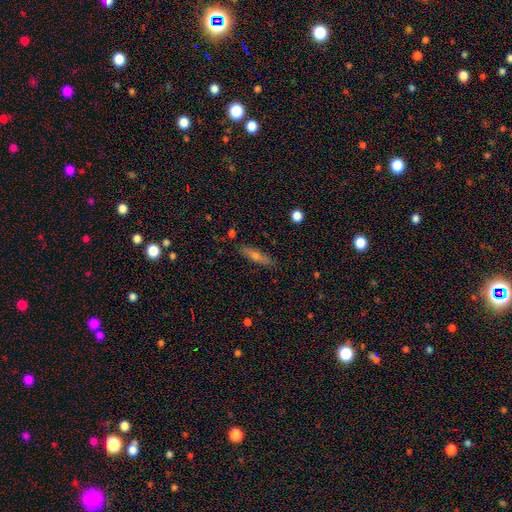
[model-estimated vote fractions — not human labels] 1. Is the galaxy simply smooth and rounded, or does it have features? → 49% smooth, 41% featured or disk, 10% star or artifact.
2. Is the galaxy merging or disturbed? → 84% none, 11% minor disturbance, 2% major disturbance, 2% merger.